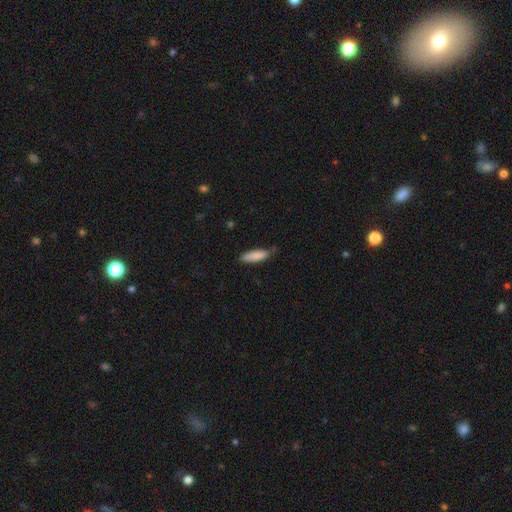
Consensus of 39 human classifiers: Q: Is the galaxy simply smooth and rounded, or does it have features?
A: smooth — 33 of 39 (85%).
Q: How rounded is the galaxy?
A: cigar-shaped — 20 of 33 (61%).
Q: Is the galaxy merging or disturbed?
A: none — 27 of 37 (73%).